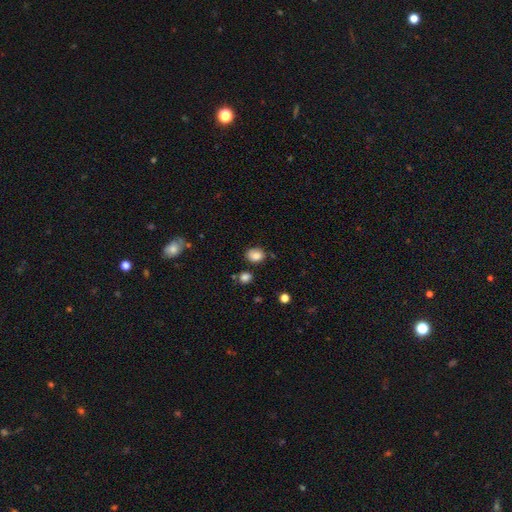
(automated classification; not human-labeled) The model was most divided on "how rounded": in between: 50%, round: 49%, cigar-shaped: 1%. More confident: smooth or featured — smooth (82%); merging — none (74%).